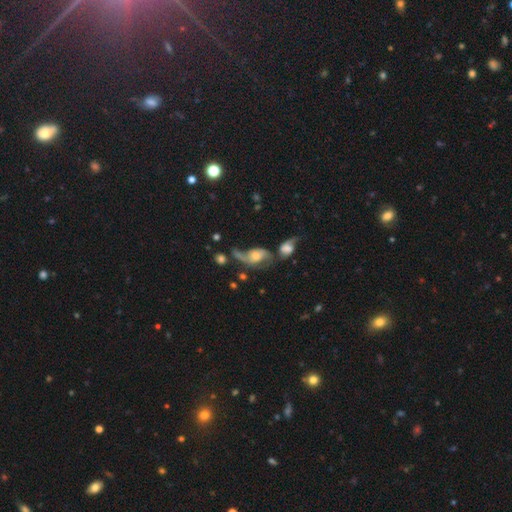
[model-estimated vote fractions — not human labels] Smooth or featured? featured or disk (68%)
Edge-on disk? no (94%)
Bar? no (66%)
Spiral arms? yes (86%)
Spiral winding? loose (66%)
Spiral arm count? 2 (61%)
Bulge size? moderate (51%)
Merging? merger (39%)